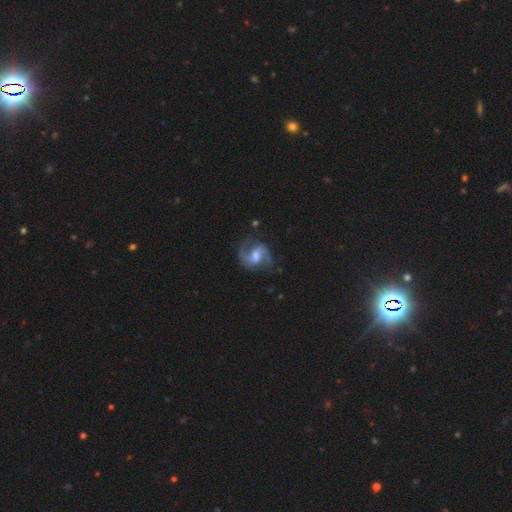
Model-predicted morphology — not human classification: This appears to be a featured or disk galaxy (84%) with a weak bar (54%), 2 (88%) medium (53%) spiral arms (96%) and a moderate central bulge (57%). Merging: none (70%).